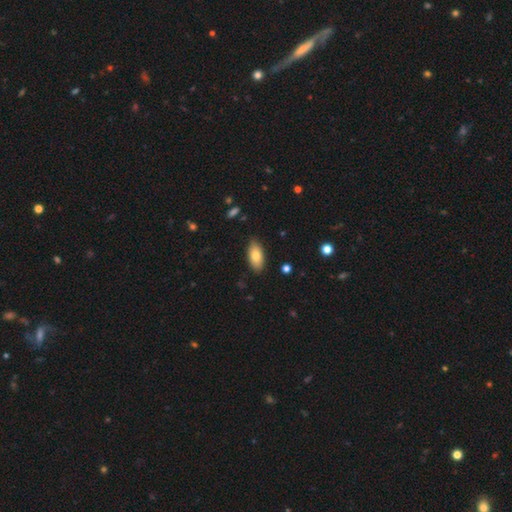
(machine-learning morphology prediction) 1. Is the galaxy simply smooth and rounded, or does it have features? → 80% smooth, 14% featured or disk, 7% star or artifact.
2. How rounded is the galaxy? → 91% in between, 6% cigar-shaped, 3% round.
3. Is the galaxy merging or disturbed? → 85% none, 11% minor disturbance, 2% major disturbance, 1% merger.